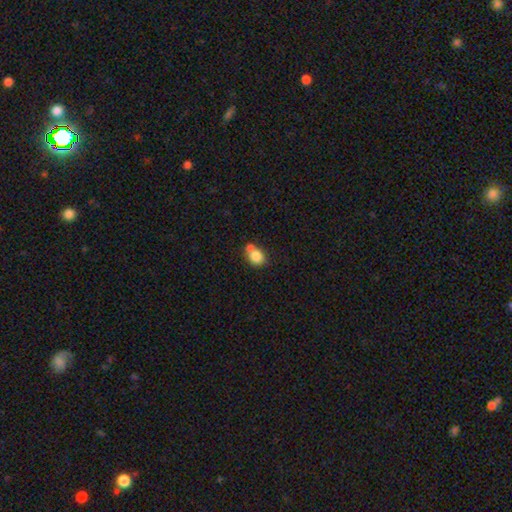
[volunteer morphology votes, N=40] A smooth galaxy with no disk features (85%) that is round (79%). Merging: none (46%).